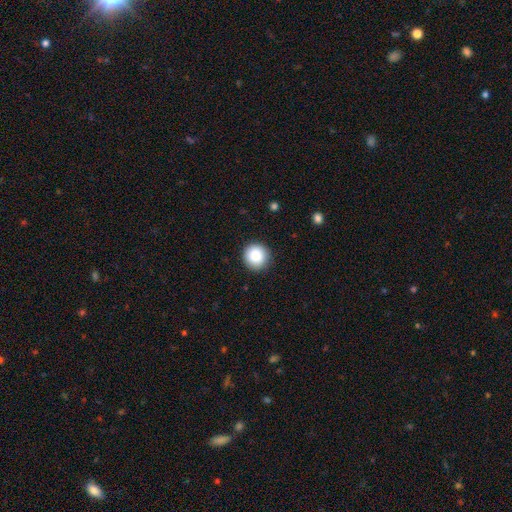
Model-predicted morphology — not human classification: smooth 87%, star or artifact 8%, featured or disk 5%. Down the decision tree: how rounded — round (94%); merging — none (91%).